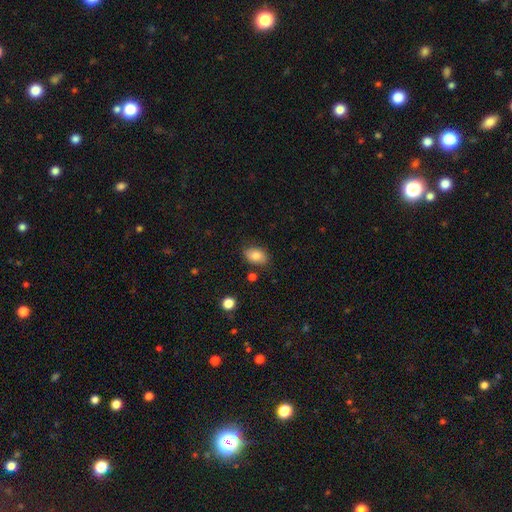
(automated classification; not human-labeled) A smooth galaxy with no disk features (80%) that is in between round and cigar-shaped (86%). Merging: none (82%).